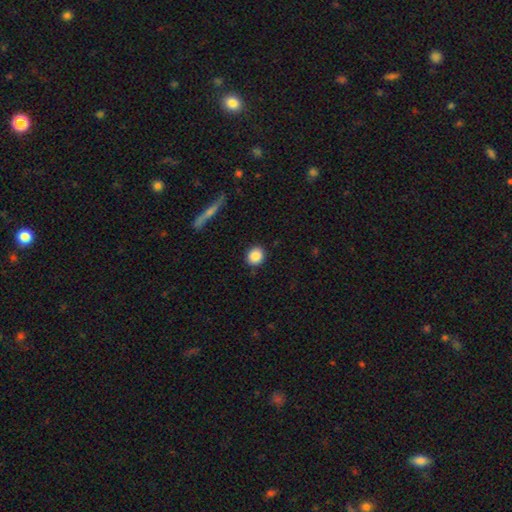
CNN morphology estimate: type=smooth (87%); roundness=round (84%); merging=none (90%).